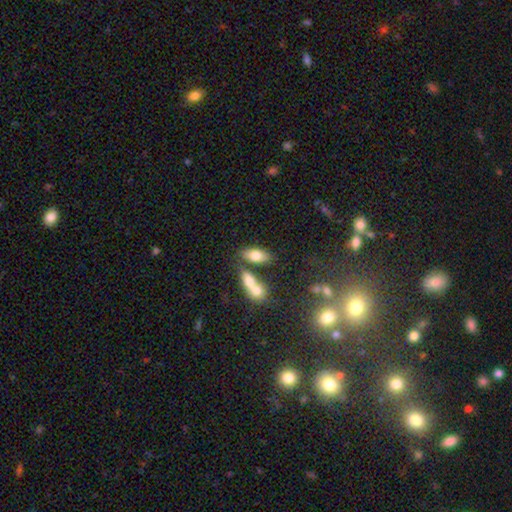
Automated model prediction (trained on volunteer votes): Smooth or featured? Predicted: smooth (p=0.76). How rounded? Predicted: in between (p=0.85). Merging? Predicted: none (p=0.57).